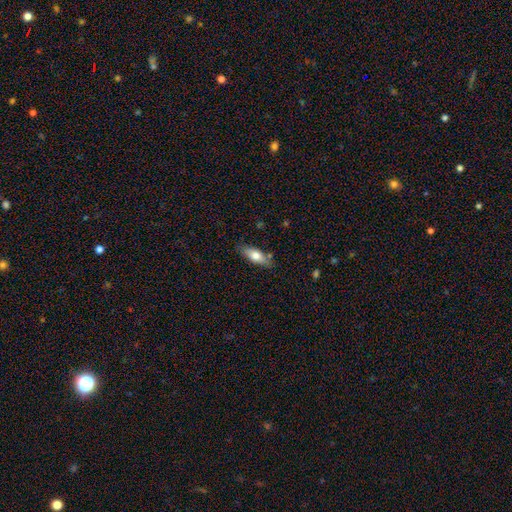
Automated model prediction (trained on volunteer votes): A smooth galaxy with no disk features (70%) that is in between round and cigar-shaped (68%). Merging: none (78%).